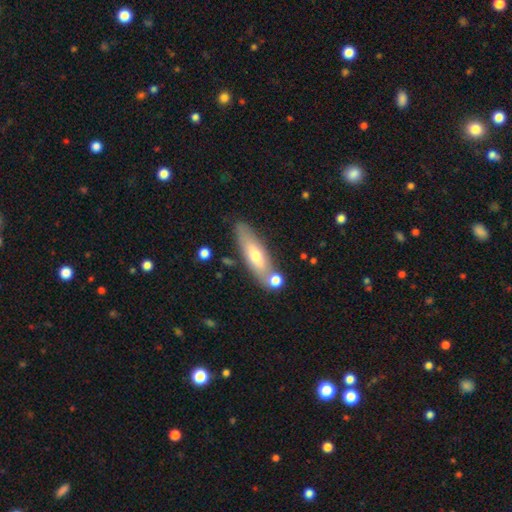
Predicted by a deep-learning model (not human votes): Smooth or featured?
  - smooth: 55% *
  - featured or disk: 38%
  - star or artifact: 7%
How rounded?
  - cigar-shaped: 60% *
  - in between: 37%
  - round: 2%
Merging?
  - none: 73% *
  - minor disturbance: 14%
  - merger: 10%
  - major disturbance: 3%